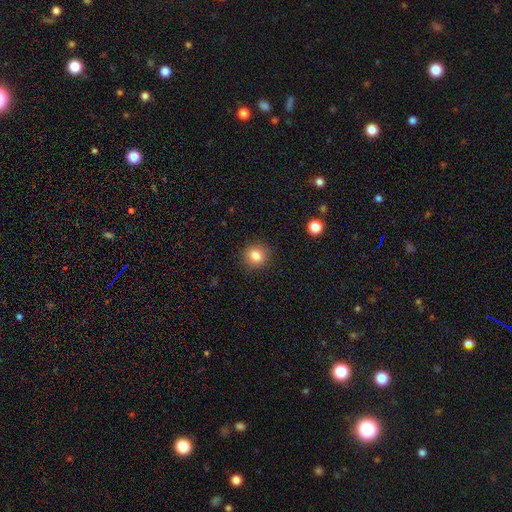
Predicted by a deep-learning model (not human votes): Smooth or featured? smooth (83%)
How rounded? round (84%)
Merging? none (88%)